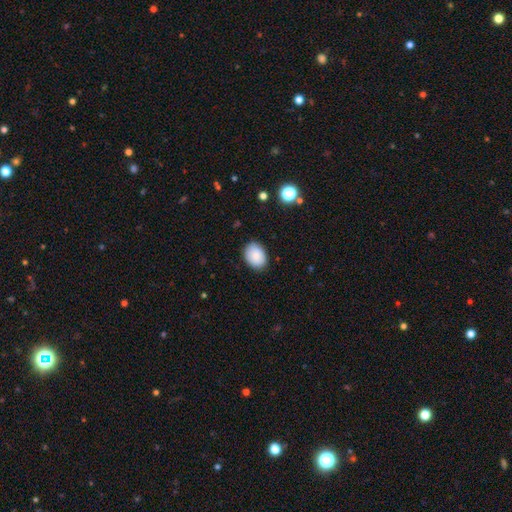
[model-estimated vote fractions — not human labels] Smooth or featured: smooth — 85% (featured or disk — 8%)
How rounded: in between — 70% (round — 29%)
Merging: none — 85% (minor disturbance — 11%)